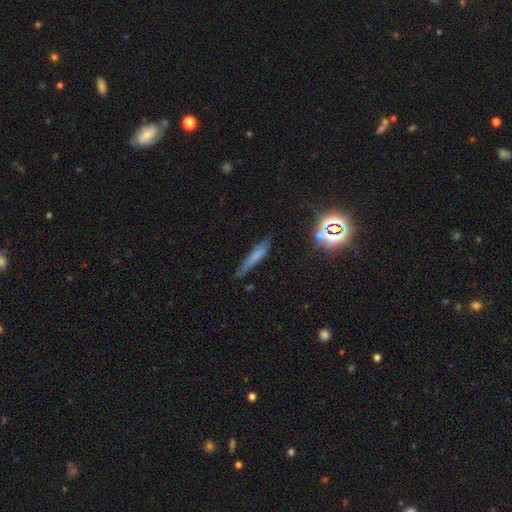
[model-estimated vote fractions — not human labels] This is possibly a smooth galaxy (59%). How rounded: clearly cigar-shaped (87%). Merging: likely none (69%).